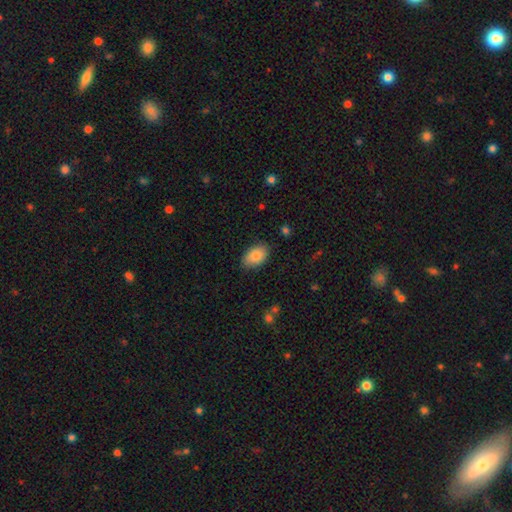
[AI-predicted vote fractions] This appears to be a smooth galaxy with no disk features (86%) that is in between round and cigar-shaped (91%). Merging: none (81%).